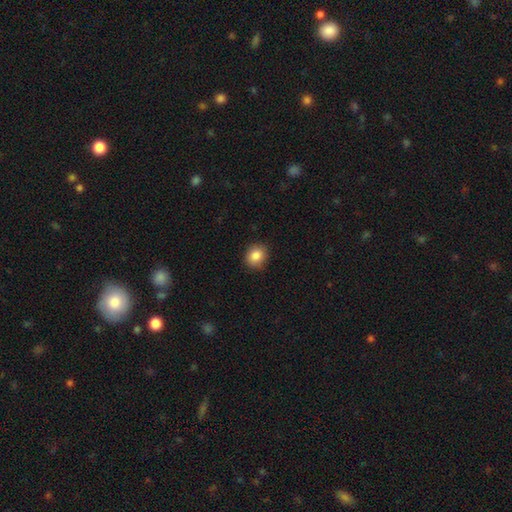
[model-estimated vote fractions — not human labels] Smooth or featured? smooth (87%)
How rounded? round (74%)
Merging? none (88%)